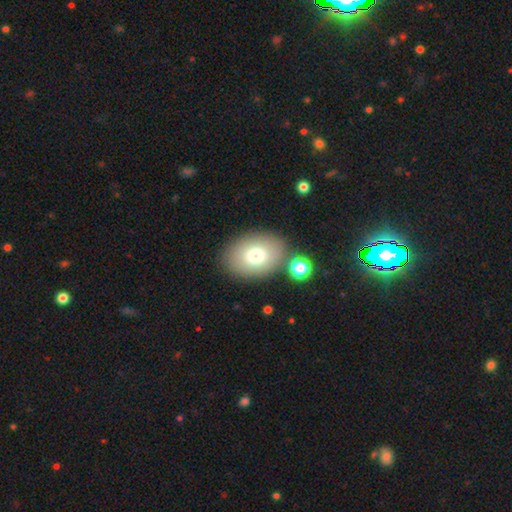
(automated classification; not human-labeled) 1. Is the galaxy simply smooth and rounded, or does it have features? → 76% smooth, 15% featured or disk, 9% star or artifact.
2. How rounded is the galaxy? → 77% in between, 22% round, 1% cigar-shaped.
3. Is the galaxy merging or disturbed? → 77% none, 11% minor disturbance, 8% merger, 4% major disturbance.